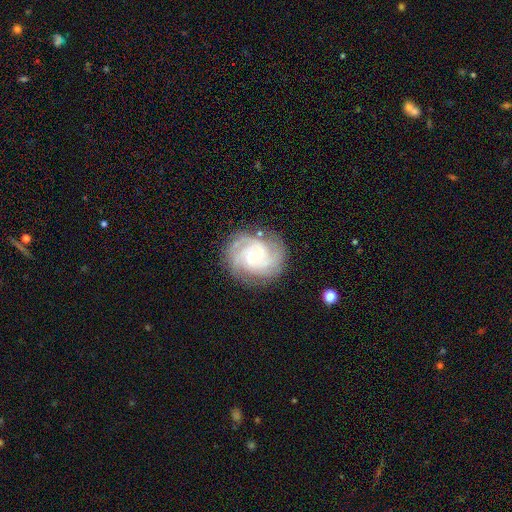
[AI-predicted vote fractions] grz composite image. It shows a featured or disk galaxy (88%) with no bar (66%), 3 (38%) tight (65%) spiral arms (98%) and a small central bulge (57%). Merging: none (82%).